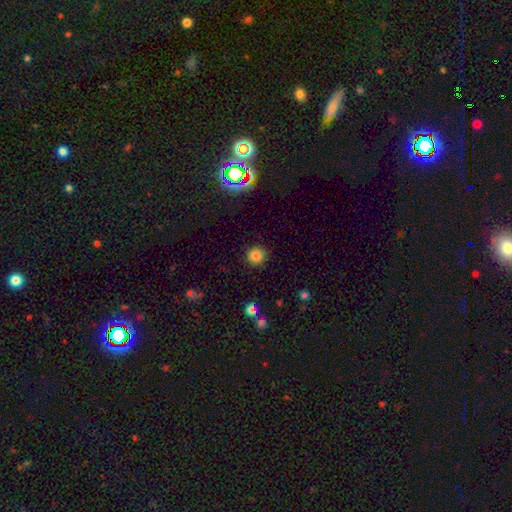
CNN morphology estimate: Smooth or featured? Predicted: smooth (p=0.83). How rounded? Predicted: round (p=0.92). Merging? Predicted: none (p=0.91).